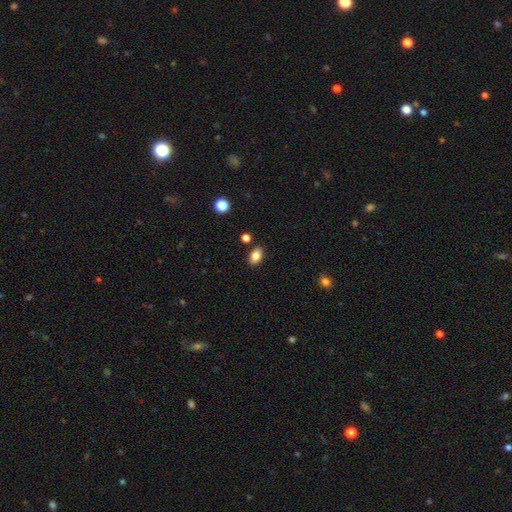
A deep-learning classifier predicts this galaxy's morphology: smooth_or_featured: smooth (p=0.83) [alt: star or artifact p=0.09]
how_rounded: in between (p=0.87) [alt: round p=0.11]
merging: none (p=0.86) [alt: minor disturbance p=0.09]